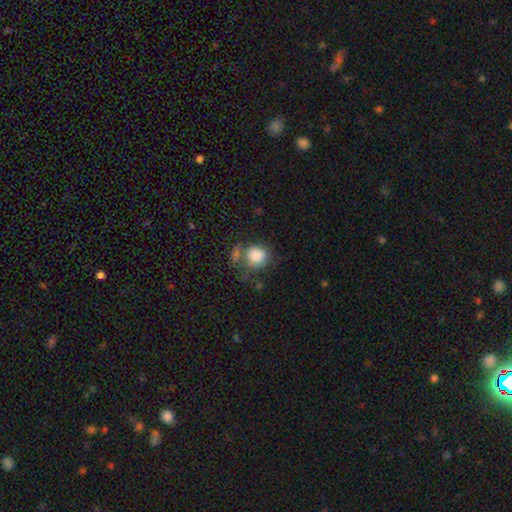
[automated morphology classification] This appears to be a smooth galaxy with no disk features (82%) that is round (75%). Merging: none (46%).